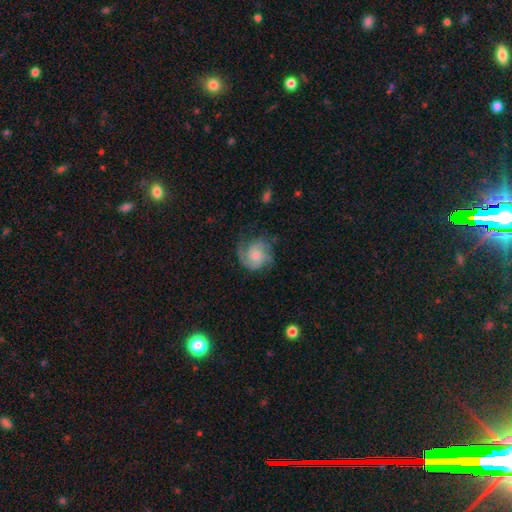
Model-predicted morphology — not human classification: Overall: featured or disk (79%). Edge-on disk: no (98%). Bar: no (74%). Spiral arms: yes (96%). Spiral arm count: 3 (35%; 2 34%). Spiral winding: tight (51%; medium 38%). Bulge size: moderate (46%; small 43%). Merging: none (73%).